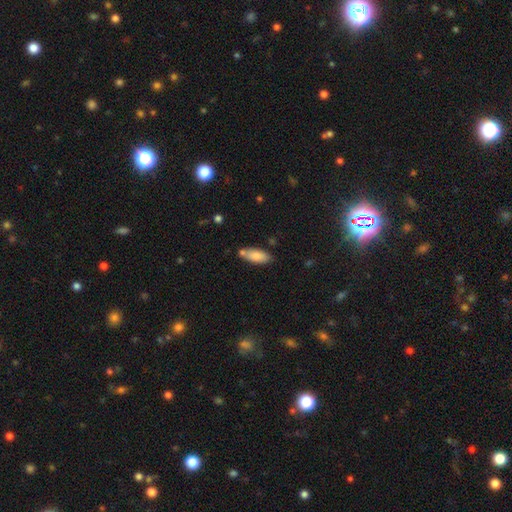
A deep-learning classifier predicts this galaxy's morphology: The model was most divided on "merging": none: 68%, minor disturbance: 17%, merger: 12%, major disturbance: 3%. More confident: smooth or featured — smooth (81%); how rounded — in between (76%).